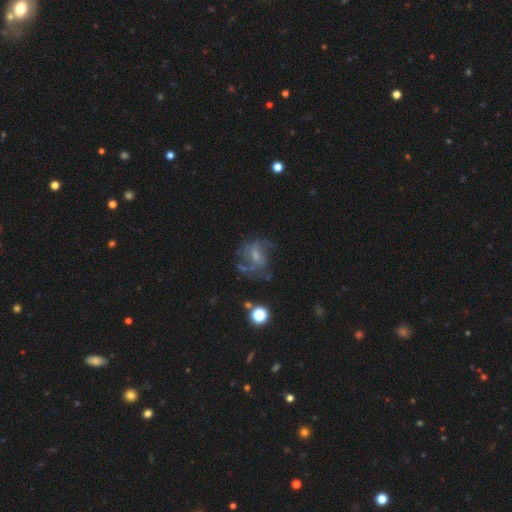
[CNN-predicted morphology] Smooth or featured?
  - featured or disk: 58% *
  - smooth: 27%
  - star or artifact: 15%
Edge-on disk?
  - no: 97% *
  - yes: 3%
Bar?
  - no: 48% *
  - weak: 41%
  - strong: 11%
Spiral arms?
  - yes: 60% *
  - no: 40%
Bulge size?
  - small: 47% *
  - moderate: 33%
  - none: 16%
  - large: 3%
  - dominant: 1%
Merging?
  - none: 42% *
  - major disturbance: 30%
  - minor disturbance: 22%
  - merger: 7%